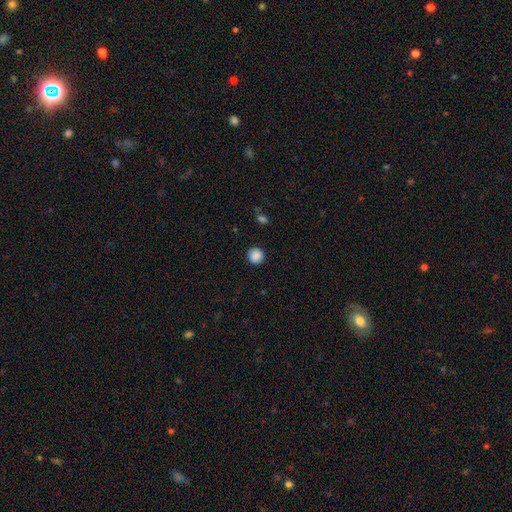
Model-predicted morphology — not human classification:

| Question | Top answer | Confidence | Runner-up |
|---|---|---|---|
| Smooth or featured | smooth | 88% | star or artifact (9%) |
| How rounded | round | 93% | in between (6%) |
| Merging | none | 91% | minor disturbance (6%) |